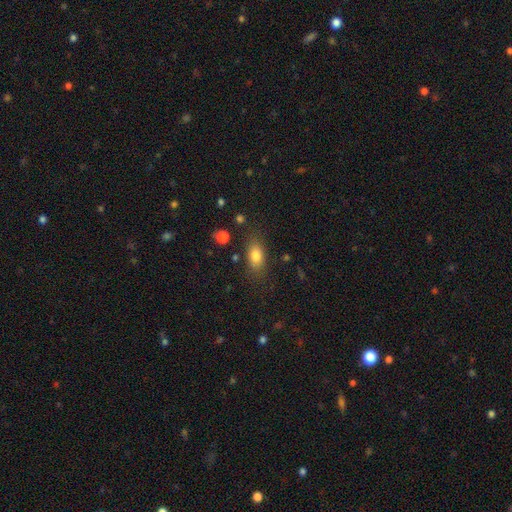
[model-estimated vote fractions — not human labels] Smooth or featured: smooth — 81% (featured or disk — 10%)
How rounded: in between — 84% (round — 9%)
Merging: none — 79% (minor disturbance — 14%)